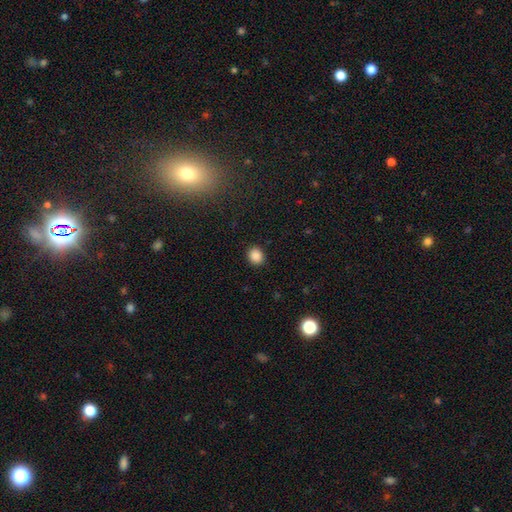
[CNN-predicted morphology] Smooth or featured?
  - smooth: 87% *
  - star or artifact: 10%
  - featured or disk: 3%
How rounded?
  - round: 68% *
  - in between: 31%
  - cigar-shaped: 1%
Merging?
  - none: 90% *
  - minor disturbance: 7%
  - major disturbance: 2%
  - merger: 1%